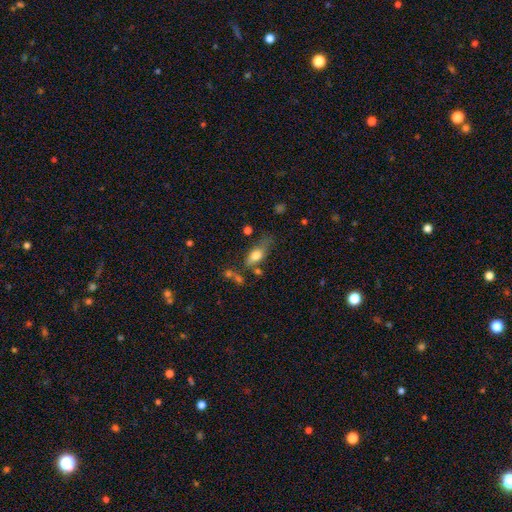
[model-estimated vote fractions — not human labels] Smooth or featured?
  - smooth: 72% *
  - featured or disk: 20%
  - star or artifact: 8%
How rounded?
  - in between: 79% *
  - cigar-shaped: 15%
  - round: 6%
Merging?
  - none: 47% *
  - minor disturbance: 27%
  - major disturbance: 15%
  - merger: 11%